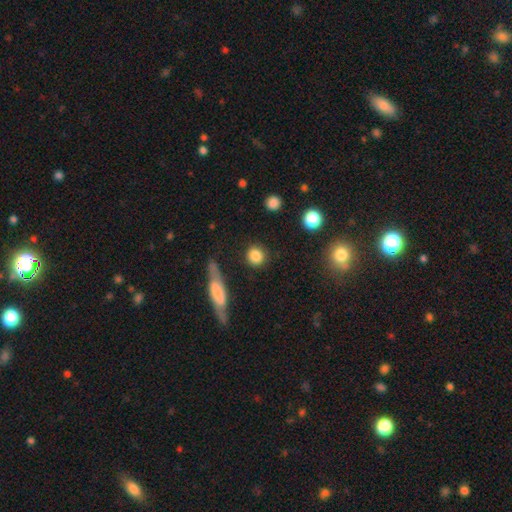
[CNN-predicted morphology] type=smooth (84%); roundness=round (87%); merging=none (85%).